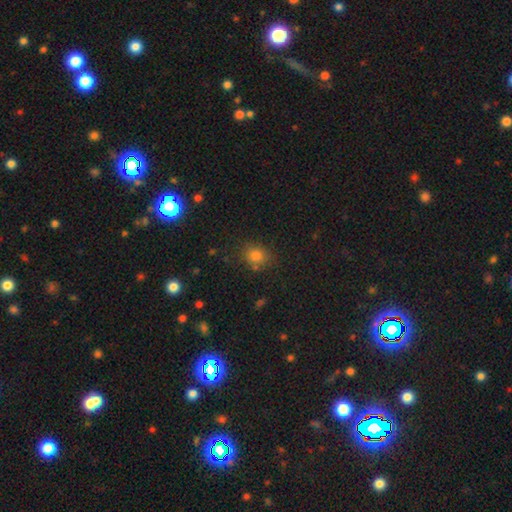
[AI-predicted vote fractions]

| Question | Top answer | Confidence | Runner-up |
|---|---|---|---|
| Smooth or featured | smooth | 78% | star or artifact (15%) |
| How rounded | round | 70% | in between (29%) |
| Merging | none | 75% | minor disturbance (14%) |